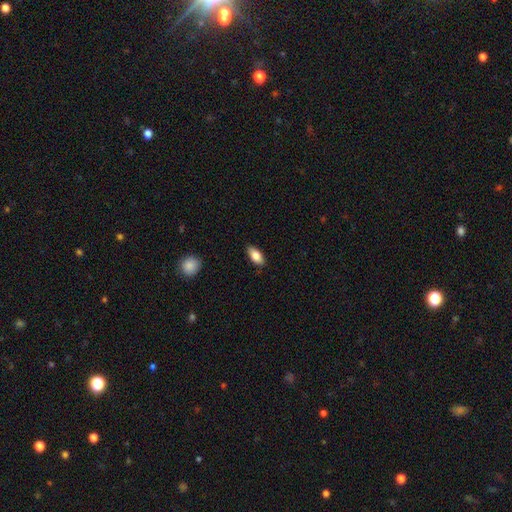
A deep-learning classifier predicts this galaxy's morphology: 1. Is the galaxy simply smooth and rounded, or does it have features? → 82% smooth, 11% featured or disk, 7% star or artifact.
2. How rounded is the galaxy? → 89% in between, 8% cigar-shaped, 3% round.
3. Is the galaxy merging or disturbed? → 87% none, 10% minor disturbance, 2% major disturbance, 1% merger.